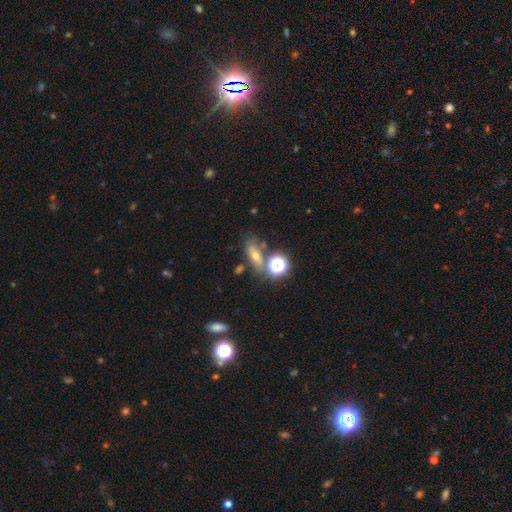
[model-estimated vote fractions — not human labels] smooth_or_featured: smooth (p=0.43) [alt: star or artifact p=0.34]
merging: none (p=0.63) [alt: minor disturbance p=0.15]